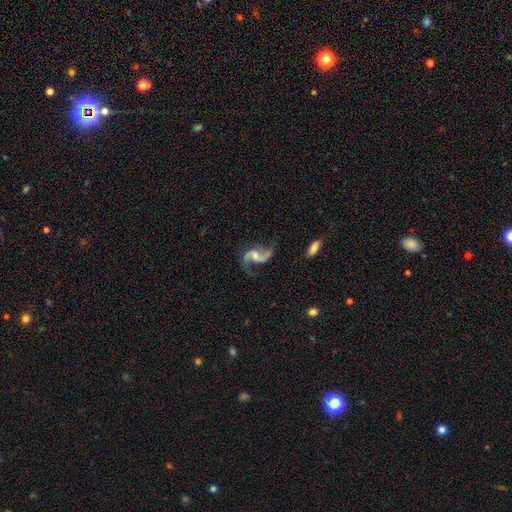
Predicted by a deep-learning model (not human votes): Smooth or featured: featured or disk — 90% (star or artifact — 5%)
Edge-on disk: no — 98% (yes — 2%)
Bar: weak — 45% (no — 41%)
Spiral arms: yes — 97% (no — 3%)
Spiral winding: loose — 75% (medium — 22%)
Spiral arm count: 2 — 93% (1 — 3%)
Bulge size: small — 41% (moderate — 31%)
Merging: none — 70% (minor disturbance — 16%)